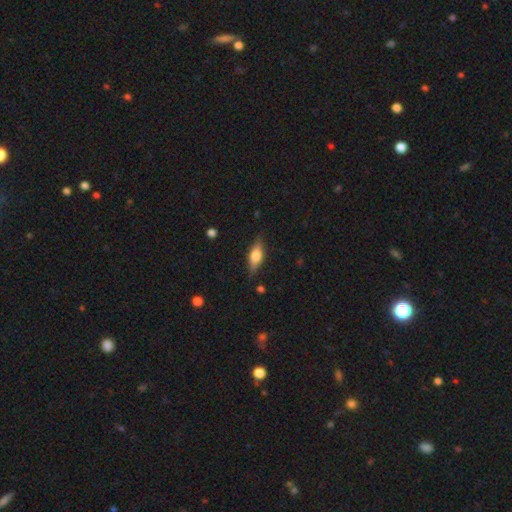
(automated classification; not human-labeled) Smooth or featured? Predicted: smooth (p=0.55). How rounded? Predicted: in between (p=0.65). Merging? Predicted: none (p=0.83).